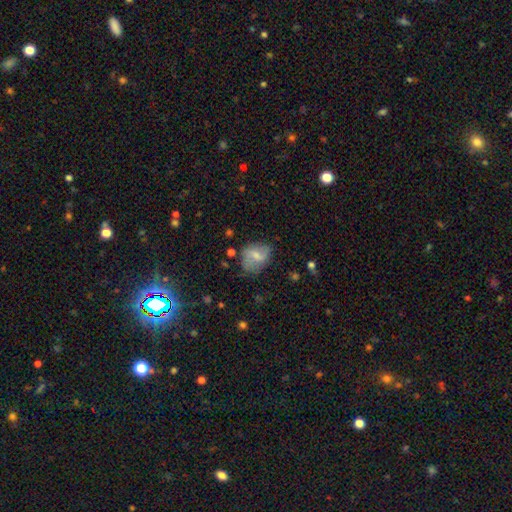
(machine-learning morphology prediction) smooth 54%, featured or disk 37%, star or artifact 8%. Down the decision tree: how rounded — in between (57%); merging — none (57%).